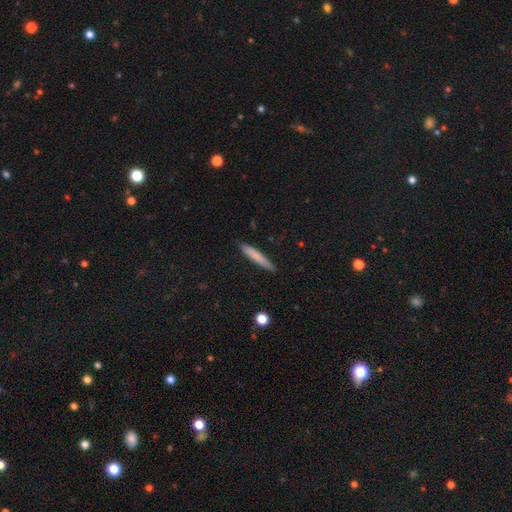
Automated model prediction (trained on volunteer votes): Smooth or featured? smooth (76%)
How rounded? cigar-shaped (94%)
Merging? none (87%)